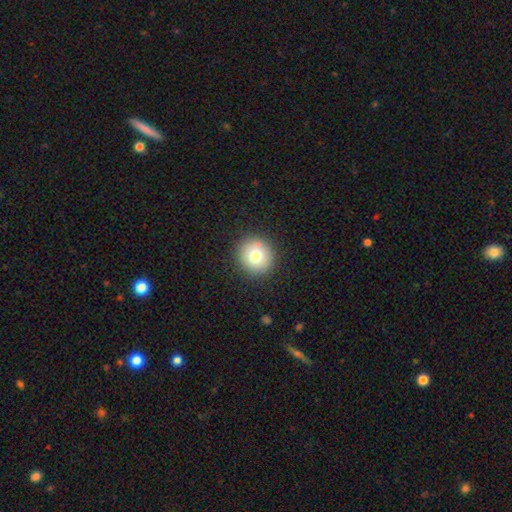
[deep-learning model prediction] Smooth or featured: smooth — 76% (featured or disk — 13%)
How rounded: round — 92% (in between — 7%)
Merging: none — 90% (minor disturbance — 7%)